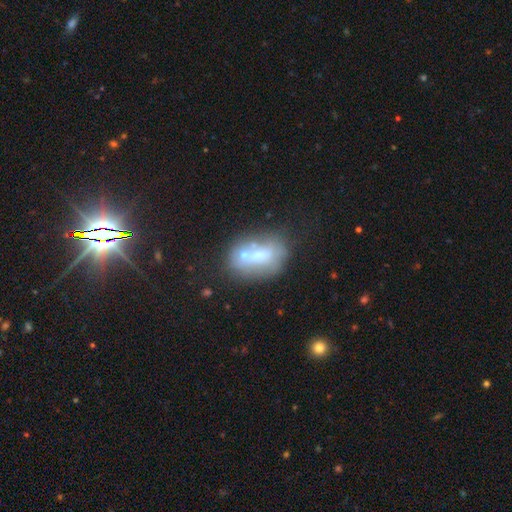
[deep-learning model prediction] smooth-or-featured: smooth: 47% | featured or disk: 41% | star or artifact: 11%
  merging: none: 41% | merger: 31% | minor disturbance: 18% | major disturbance: 10%